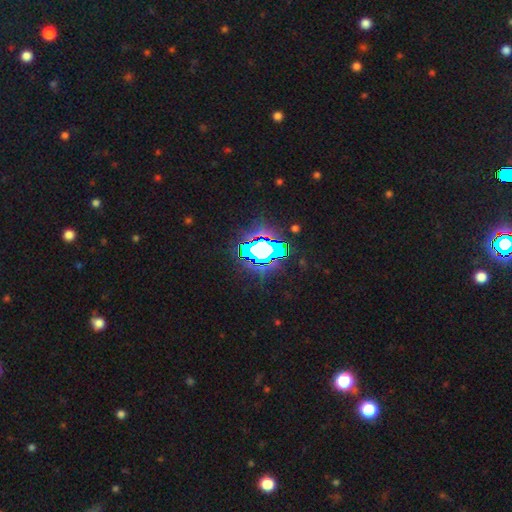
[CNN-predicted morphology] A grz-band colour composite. It shows a star or artifact, not a galaxy (79%).